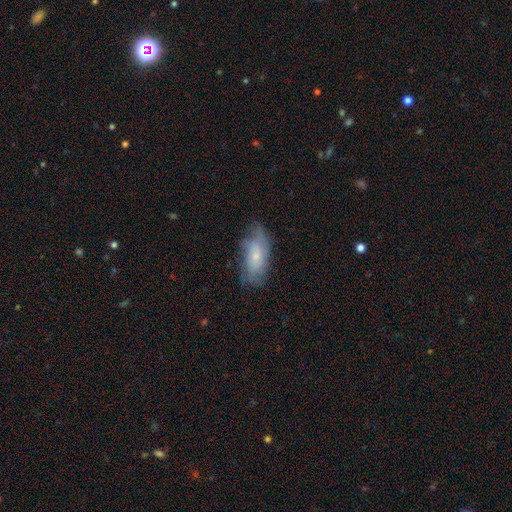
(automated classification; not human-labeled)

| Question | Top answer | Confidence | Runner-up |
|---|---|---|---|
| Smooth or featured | featured or disk | 49% | smooth (43%) |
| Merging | none | 65% | minor disturbance (24%) |